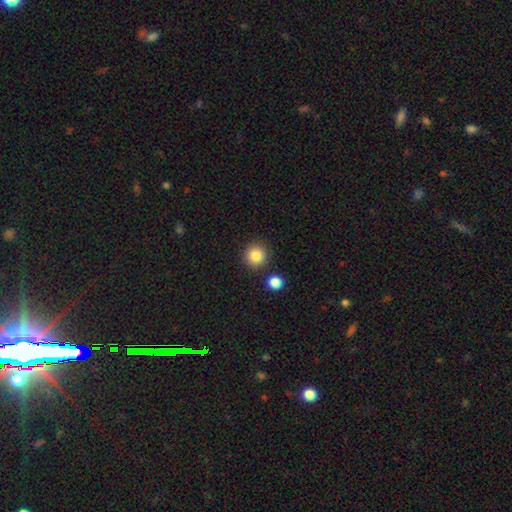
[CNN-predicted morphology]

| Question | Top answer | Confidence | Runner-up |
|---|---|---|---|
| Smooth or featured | smooth | 86% | star or artifact (9%) |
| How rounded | round | 94% | in between (5%) |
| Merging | none | 87% | minor disturbance (7%) |